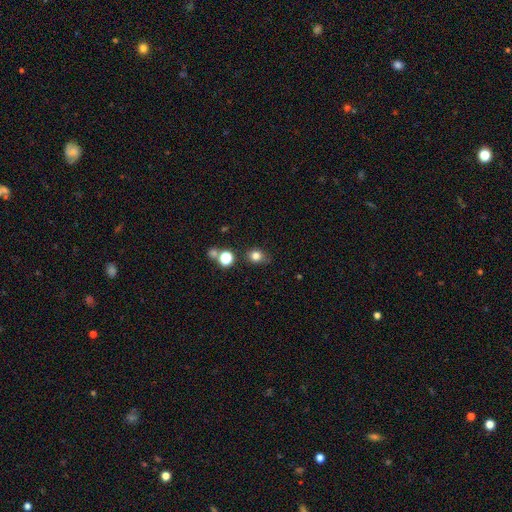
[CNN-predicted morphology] A smooth galaxy with no disk features (78%) that is round (71%). Merging: none (72%).